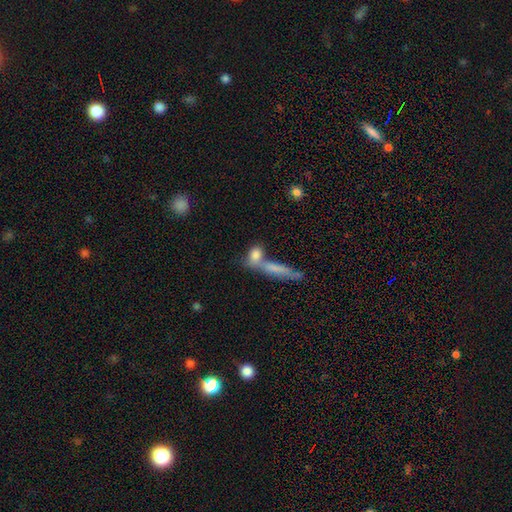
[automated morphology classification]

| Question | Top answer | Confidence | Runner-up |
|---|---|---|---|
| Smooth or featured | smooth | 77% | featured or disk (14%) |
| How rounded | in between | 53% | cigar-shaped (24%) |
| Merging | merger | 46% | none (37%) |